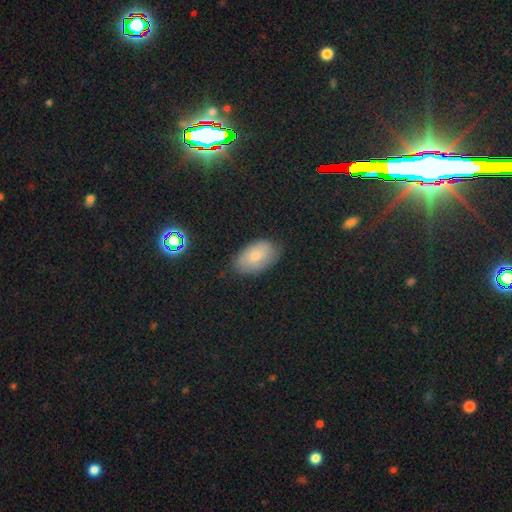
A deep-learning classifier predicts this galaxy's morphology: smooth-or-featured: smooth: 75% | featured or disk: 14% | star or artifact: 10%
  how-rounded: in between: 93% | round: 6% | cigar-shaped: 2%
  merging: none: 79% | minor disturbance: 16% | major disturbance: 3% | merger: 1%